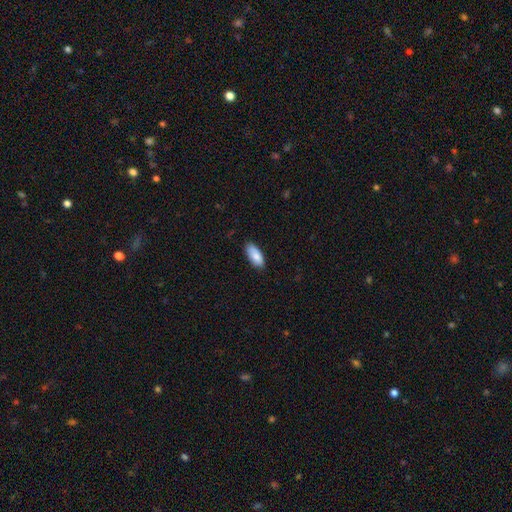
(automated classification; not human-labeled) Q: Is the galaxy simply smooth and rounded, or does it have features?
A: smooth — 85%.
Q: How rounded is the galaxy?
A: in between — 88%.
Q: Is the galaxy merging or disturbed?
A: none — 84%.